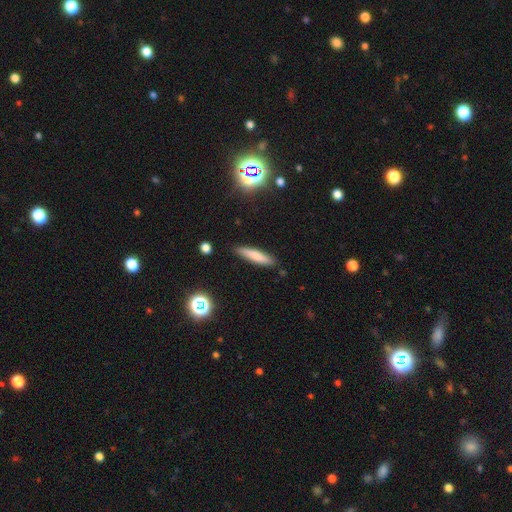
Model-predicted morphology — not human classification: Smooth or featured?
  - smooth: 73% *
  - featured or disk: 19%
  - star or artifact: 8%
How rounded?
  - cigar-shaped: 85% *
  - in between: 14%
  - round: 2%
Merging?
  - none: 87% *
  - minor disturbance: 10%
  - major disturbance: 2%
  - merger: 2%